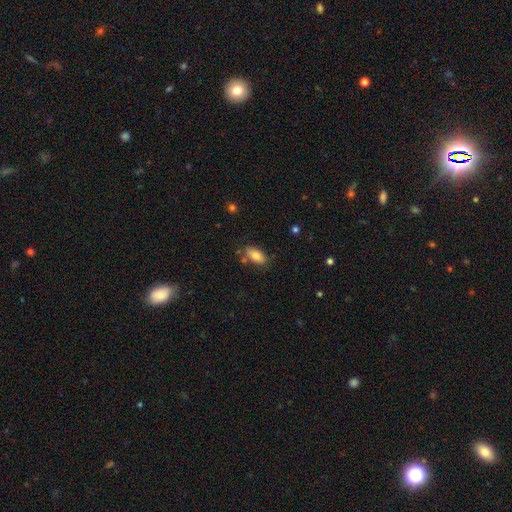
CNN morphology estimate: type=smooth (82%); roundness=in between (91%); merging=none (75%).